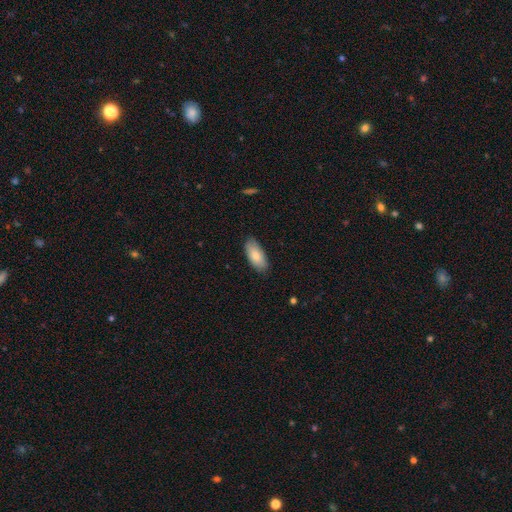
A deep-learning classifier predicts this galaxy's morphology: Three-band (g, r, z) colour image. It shows a smooth galaxy with no disk features (83%) that is in between round and cigar-shaped (89%). Merging: none (83%).